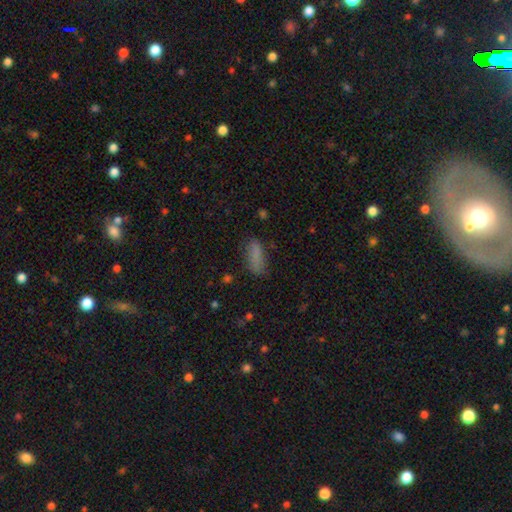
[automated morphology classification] This is clearly a smooth galaxy (83%). How rounded: likely in between (66%). Merging: likely none (73%).